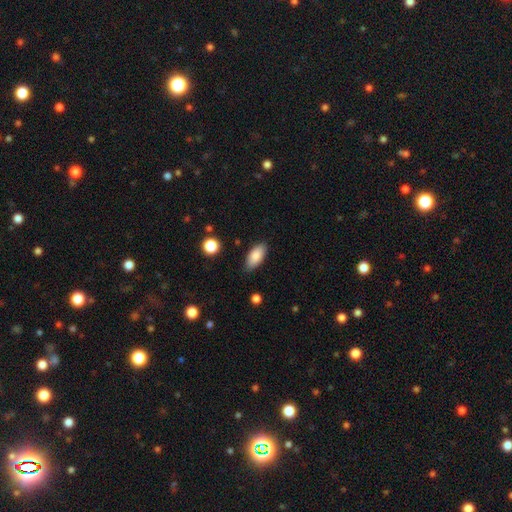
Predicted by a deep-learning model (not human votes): smooth 85%, featured or disk 8%, star or artifact 7%. Down the decision tree: how rounded — in between (89%); merging — none (84%).